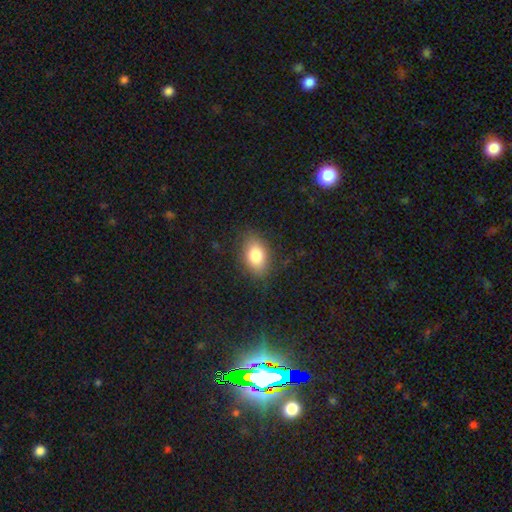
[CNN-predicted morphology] A smooth galaxy with no disk features (81%) that is in between round and cigar-shaped (88%).

Vote fractions:
- Smooth or featured? smooth: 81% / featured or disk: 10% / star or artifact: 8%
- How rounded? in between: 88% / round: 11% / cigar-shaped: 2%
- Merging? none: 81% / minor disturbance: 13% / major disturbance: 4% / merger: 1%